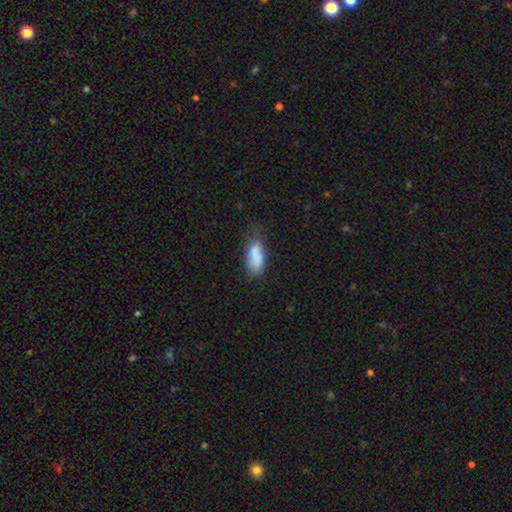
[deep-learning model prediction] This appears to be a smooth galaxy with no disk features (78%) that is in between round and cigar-shaped (85%). Merging: none (37%).